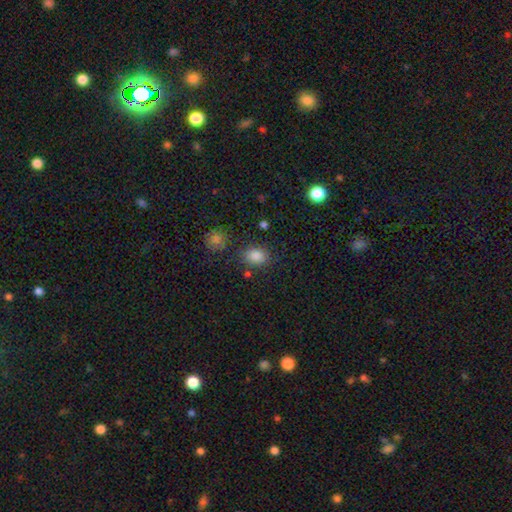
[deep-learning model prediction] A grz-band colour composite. It shows a smooth galaxy with no disk features (83%) that is in between round and cigar-shaped (59%). Merging: none (77%).